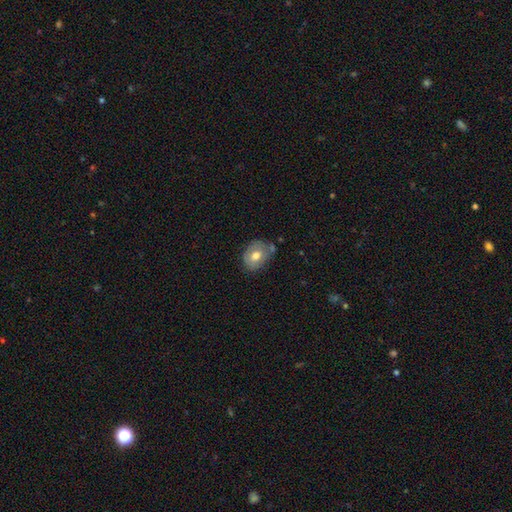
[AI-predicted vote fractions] Smooth or featured?
  - smooth: 65% *
  - featured or disk: 27%
  - star or artifact: 7%
How rounded?
  - in between: 65% *
  - round: 34%
  - cigar-shaped: 1%
Merging?
  - none: 60% *
  - minor disturbance: 25%
  - merger: 8%
  - major disturbance: 6%